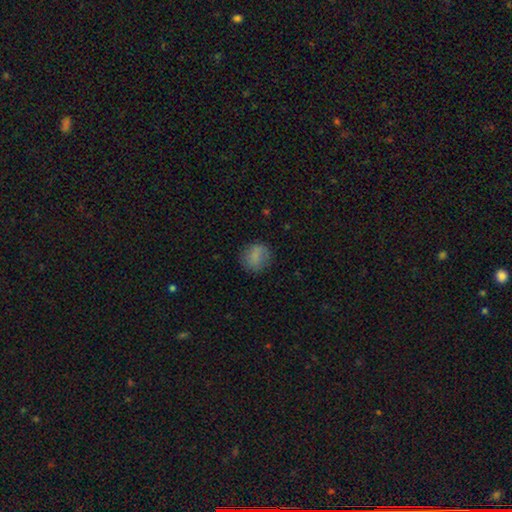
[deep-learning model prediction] This is clearly a smooth galaxy (82%). How rounded: likely round (76%). Merging: likely none (79%).